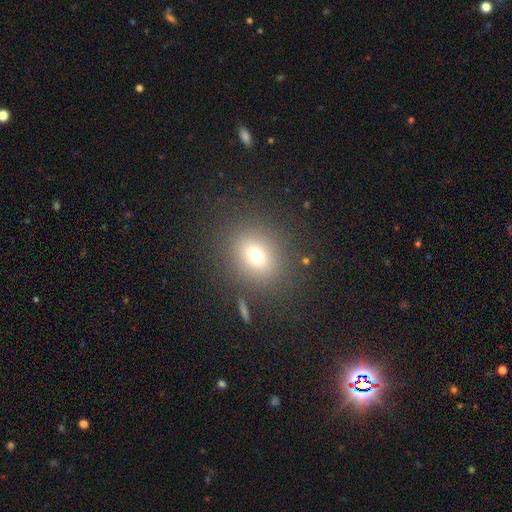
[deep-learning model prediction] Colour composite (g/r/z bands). It shows a smooth galaxy with no disk features (70%) that is round (65%). Merging: none (84%).